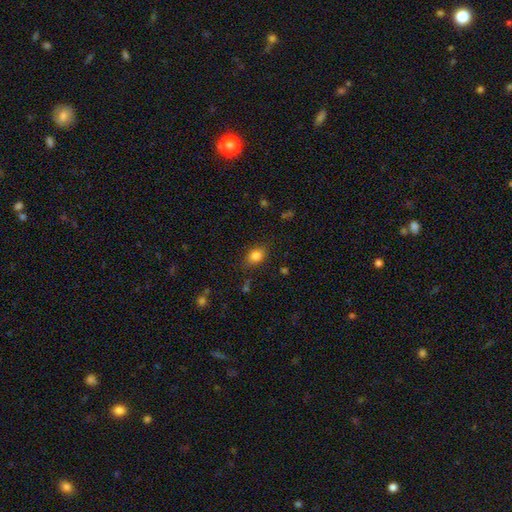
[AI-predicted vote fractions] smooth-or-featured: smooth: 84% | star or artifact: 10% | featured or disk: 6%
  how-rounded: in between: 69% | round: 30% | cigar-shaped: 1%
  merging: none: 82% | minor disturbance: 13% | major disturbance: 4% | merger: 2%